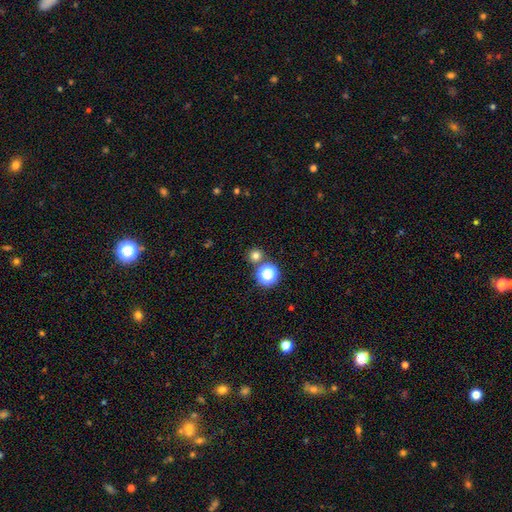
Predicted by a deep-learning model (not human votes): Q: Smooth or featured?
A: smooth (73%); runner-up: star or artifact (21%)
Q: How rounded?
A: round (93%); runner-up: in between (6%)
Q: Merging?
A: none (79%); runner-up: merger (12%)